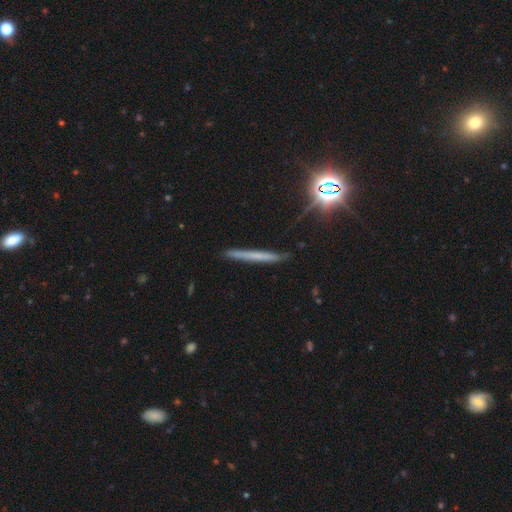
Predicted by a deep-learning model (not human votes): Morphology: type=smooth (47%); merging=none (88%).